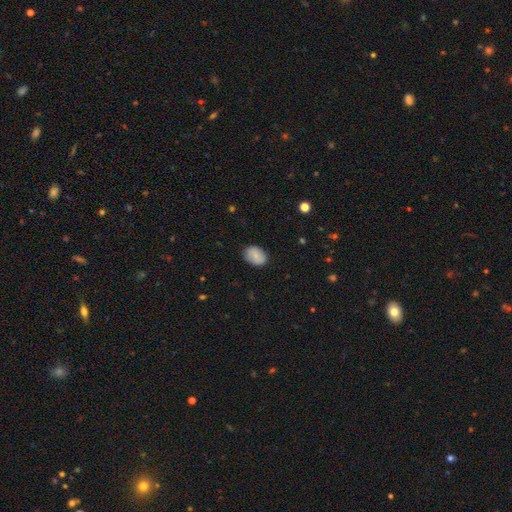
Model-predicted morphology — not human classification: Smooth or featured: smooth — 74% (featured or disk — 19%)
How rounded: in between — 74% (round — 25%)
Merging: none — 84% (minor disturbance — 12%)